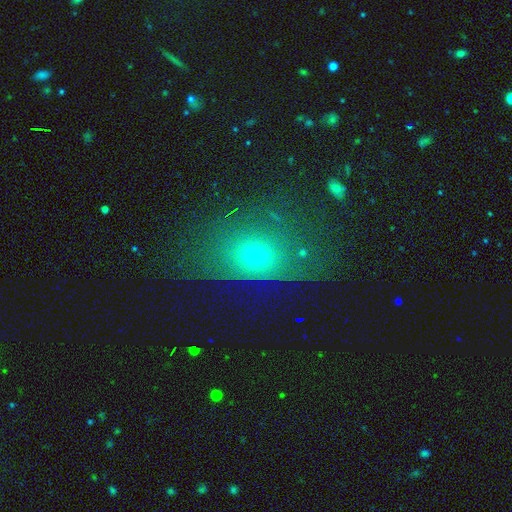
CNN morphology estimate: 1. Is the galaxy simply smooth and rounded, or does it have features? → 50% smooth, 27% star or artifact, 22% featured or disk.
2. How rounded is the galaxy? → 58% in between, 39% round, 3% cigar-shaped.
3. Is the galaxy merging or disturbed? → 57% none, 21% minor disturbance, 19% major disturbance, 3% merger.